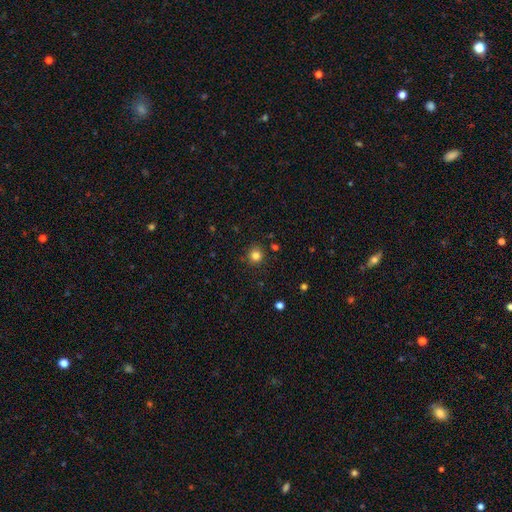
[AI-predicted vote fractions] This appears to be a smooth galaxy with no disk features (81%) that is round (91%). Merging: none (87%).